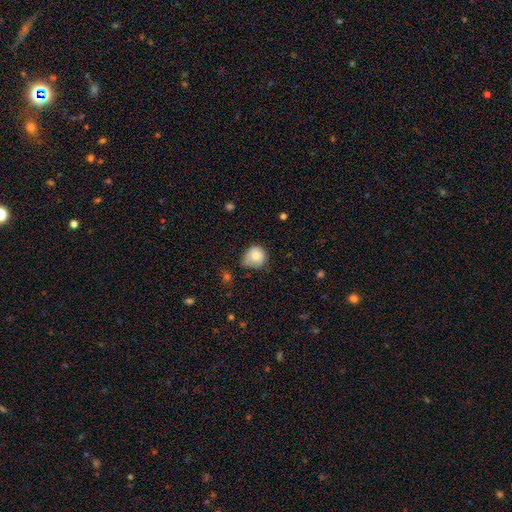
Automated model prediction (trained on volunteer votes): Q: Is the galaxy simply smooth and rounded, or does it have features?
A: smooth — 80%.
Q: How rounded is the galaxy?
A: round — 83%.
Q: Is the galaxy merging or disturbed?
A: none — 52%.